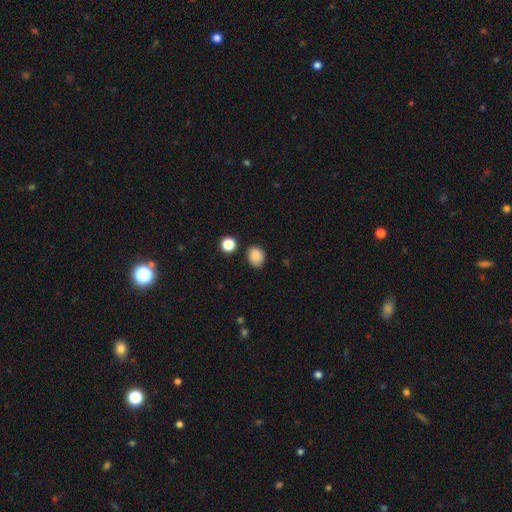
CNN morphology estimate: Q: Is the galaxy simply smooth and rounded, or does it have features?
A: smooth — 86%.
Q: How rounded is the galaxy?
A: round — 50%.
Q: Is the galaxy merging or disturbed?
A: none — 77%.